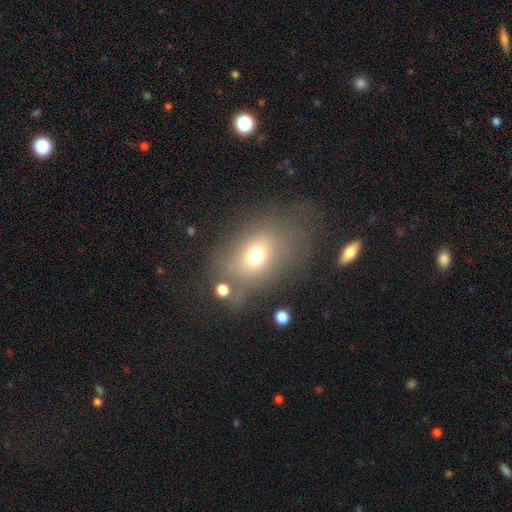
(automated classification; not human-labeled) Overall: smooth (66%). How rounded: in between (70%). Merging: none (52%; minor disturbance 21%).